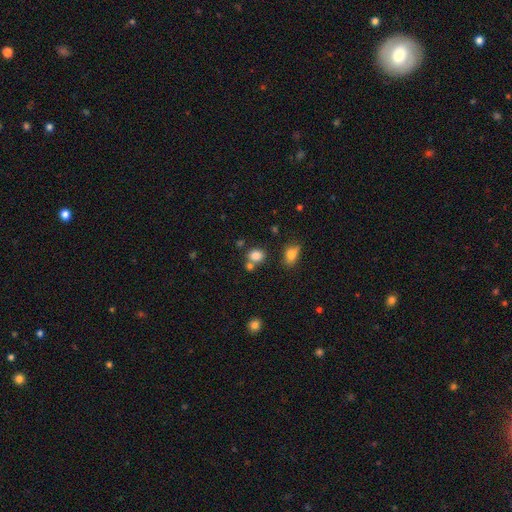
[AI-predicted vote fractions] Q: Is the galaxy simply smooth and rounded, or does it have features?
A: smooth — 82%.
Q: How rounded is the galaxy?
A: round — 56%.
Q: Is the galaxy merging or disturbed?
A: none — 61%.